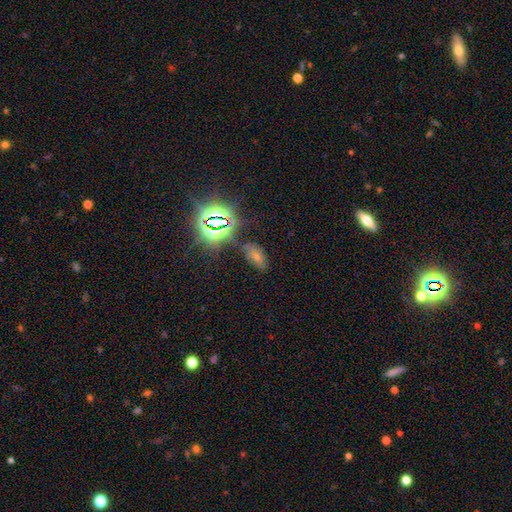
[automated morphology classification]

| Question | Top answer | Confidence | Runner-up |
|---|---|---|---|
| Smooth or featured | smooth | 58% | star or artifact (31%) |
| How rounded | in between | 91% | round (5%) |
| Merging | none | 73% | minor disturbance (17%) |